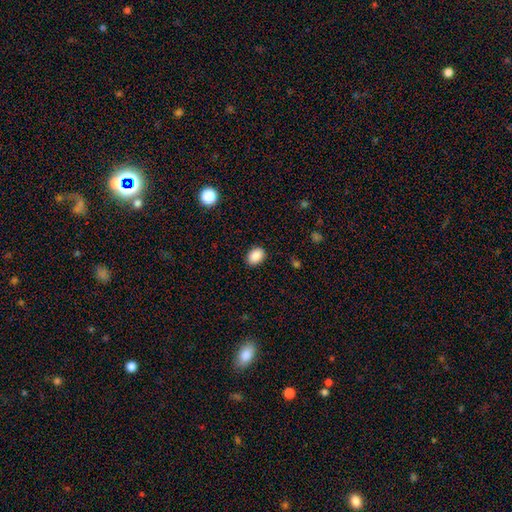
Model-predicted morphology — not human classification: The model was most divided on "how rounded": in between: 77%, round: 22%, cigar-shaped: 1%. More confident: smooth or featured — smooth (89%); merging — none (88%).